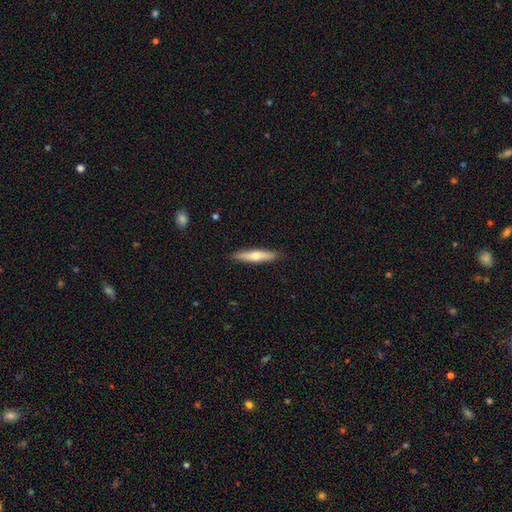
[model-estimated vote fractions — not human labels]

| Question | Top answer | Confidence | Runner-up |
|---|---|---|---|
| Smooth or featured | smooth | 59% | featured or disk (36%) |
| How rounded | cigar-shaped | 86% | in between (12%) |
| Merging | none | 89% | minor disturbance (8%) |